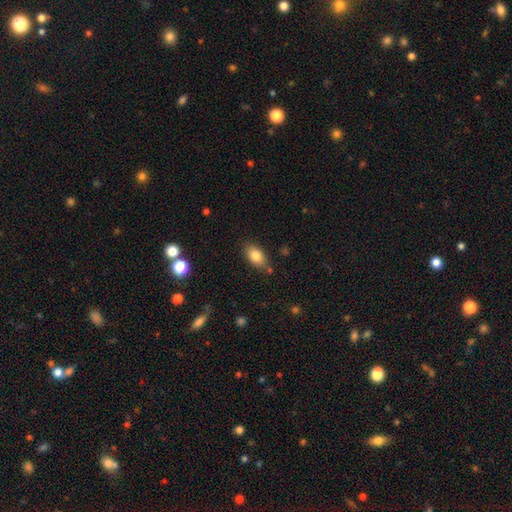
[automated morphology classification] smooth_or_featured: smooth (p=0.81) [alt: featured or disk p=0.10]
how_rounded: in between (p=0.89) [alt: round p=0.08]
merging: none (p=0.78) [alt: minor disturbance p=0.15]